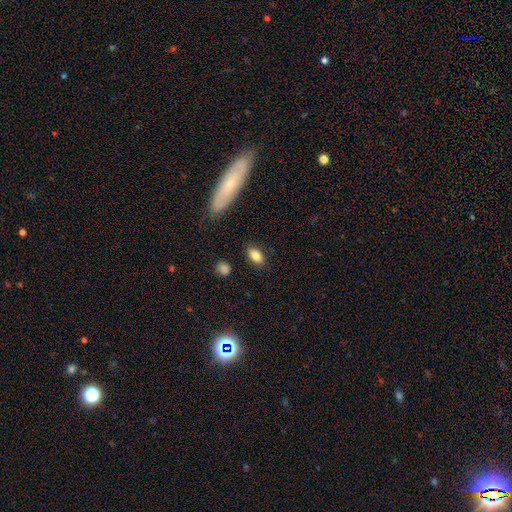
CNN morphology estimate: Q: Smooth or featured?
A: smooth (82%); runner-up: featured or disk (10%)
Q: How rounded?
A: in between (87%); runner-up: round (9%)
Q: Merging?
A: none (85%); runner-up: minor disturbance (10%)